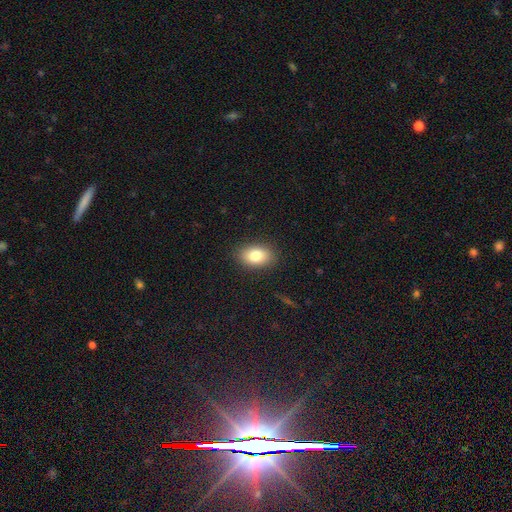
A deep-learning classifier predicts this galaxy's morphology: Smooth or featured?
  - smooth: 83% *
  - featured or disk: 9%
  - star or artifact: 8%
How rounded?
  - in between: 89% *
  - round: 10%
  - cigar-shaped: 2%
Merging?
  - none: 88% *
  - minor disturbance: 9%
  - major disturbance: 3%
  - merger: 1%